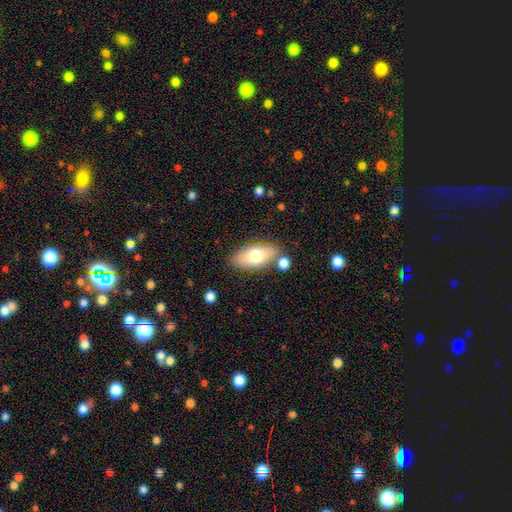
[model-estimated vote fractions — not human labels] smooth 70%, featured or disk 23%, star or artifact 7%. Down the decision tree: how rounded — in between (91%); merging — none (75%).